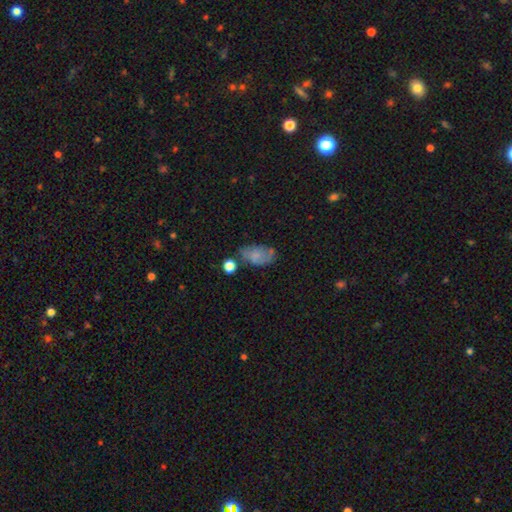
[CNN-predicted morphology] This is possibly a smooth galaxy (60%). How rounded: clearly in between (88%). Merging: marginally none (44%).